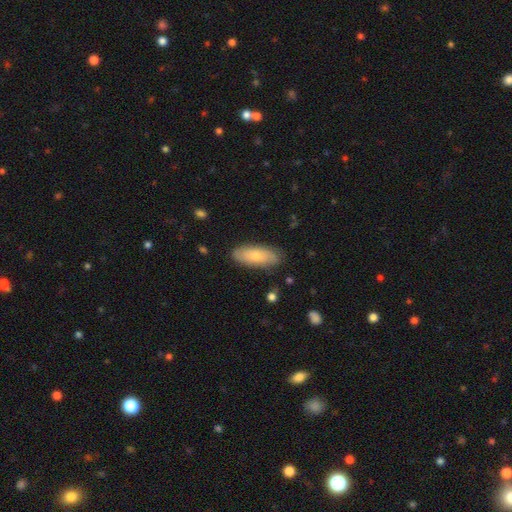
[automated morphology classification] smooth 67%, featured or disk 27%, star or artifact 6%. Down the decision tree: how rounded — in between (80%); merging — none (81%).